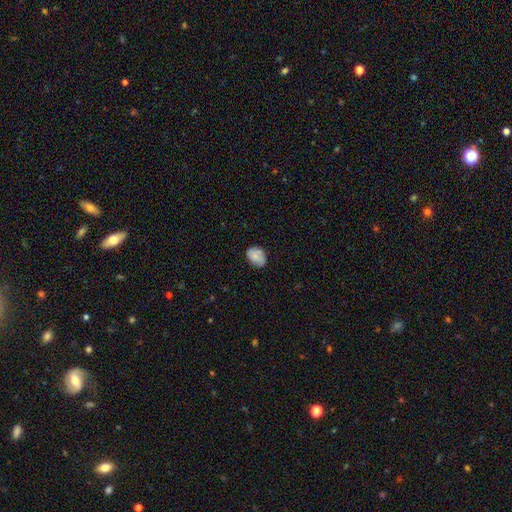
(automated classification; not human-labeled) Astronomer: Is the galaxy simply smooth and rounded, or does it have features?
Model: smooth — 76%.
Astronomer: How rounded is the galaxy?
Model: in between — 72%.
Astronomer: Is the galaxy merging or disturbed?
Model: none — 72%.